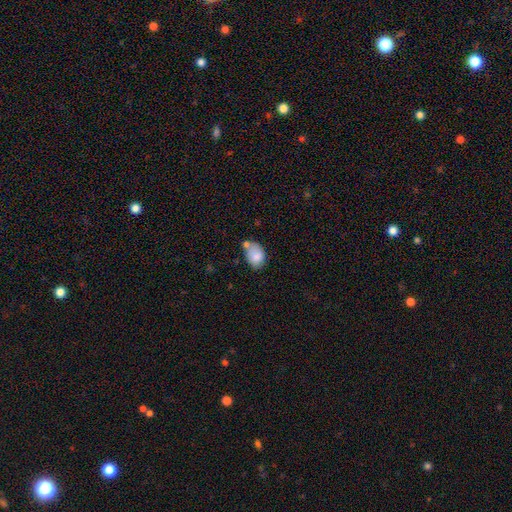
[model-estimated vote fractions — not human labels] The model was most divided on "merging": none: 42%, minor disturbance: 25%, merger: 25%, major disturbance: 9%. More confident: smooth or featured — smooth (81%); how rounded — in between (80%).